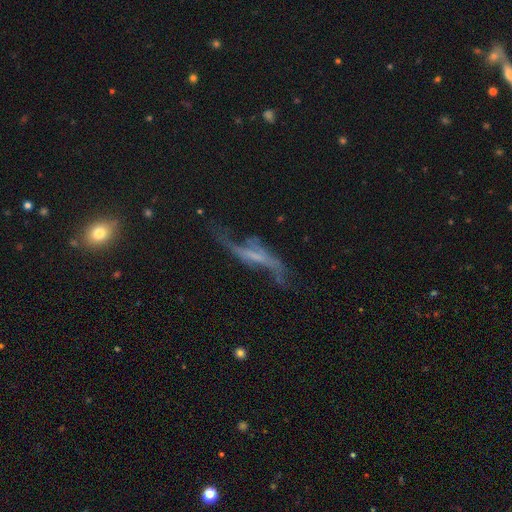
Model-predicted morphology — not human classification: type=featured or disk (72%); edge-on=no (68%); merging=none (39%).